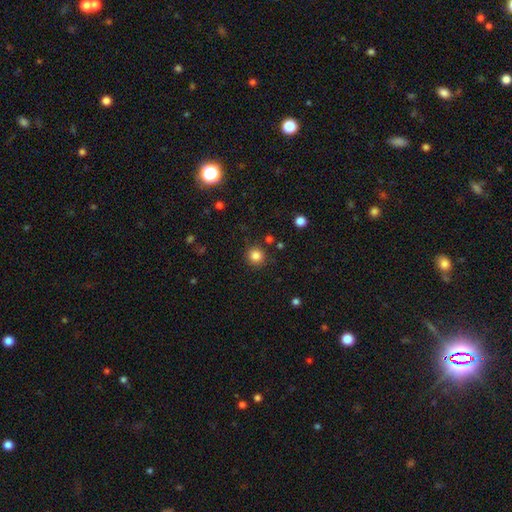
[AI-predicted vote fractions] Overall: smooth (84%). How rounded: round (94%). Merging: none (88%).